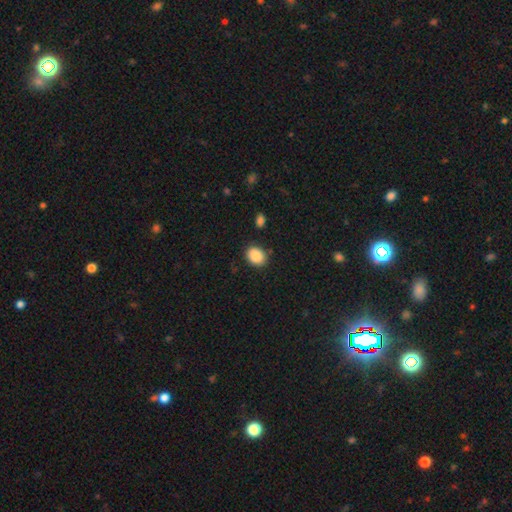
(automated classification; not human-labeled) Smooth or featured: smooth — 89% (star or artifact — 8%)
How rounded: in between — 59% (round — 40%)
Merging: none — 85% (minor disturbance — 10%)